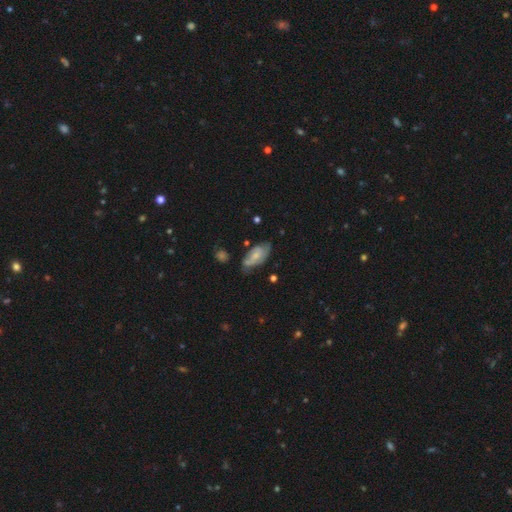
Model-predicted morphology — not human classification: smooth-or-featured: smooth: 52% | featured or disk: 41% | star or artifact: 7%
  how-rounded: in between: 89% | cigar-shaped: 9% | round: 3%
  merging: none: 51% | minor disturbance: 34% | major disturbance: 10% | merger: 5%